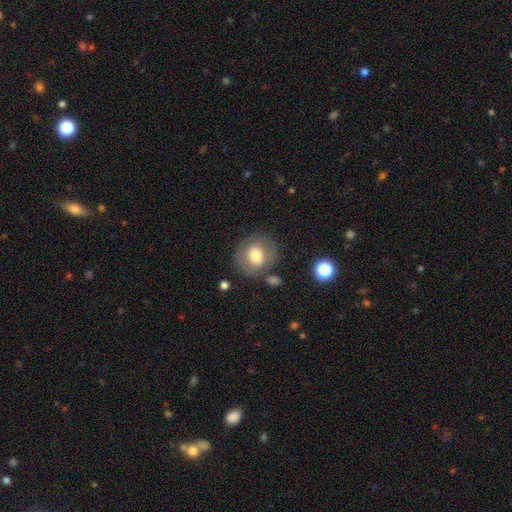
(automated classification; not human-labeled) Q: Smooth or featured?
A: smooth (65%); runner-up: featured or disk (26%)
Q: How rounded?
A: round (79%); runner-up: in between (20%)
Q: Merging?
A: none (72%); runner-up: minor disturbance (15%)